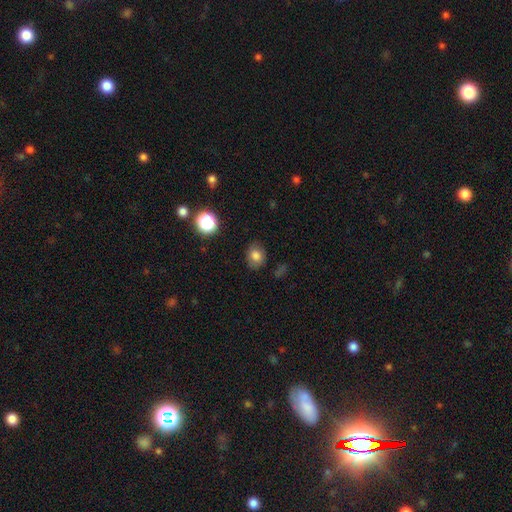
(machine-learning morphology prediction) Smooth or featured? smooth (79%)
How rounded? round (51%)
Merging? none (81%)